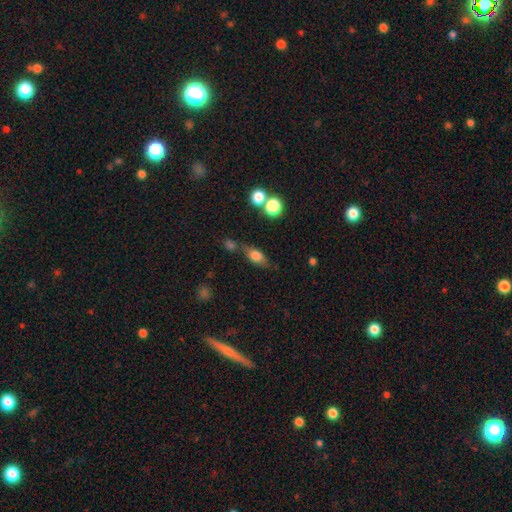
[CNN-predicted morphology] Smooth or featured? Predicted: smooth (p=0.66). How rounded? Predicted: in between (p=0.69). Merging? Predicted: none (p=0.60).